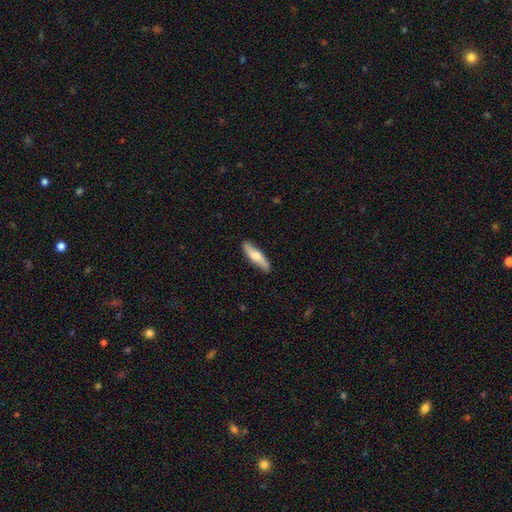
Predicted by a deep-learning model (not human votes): This is possibly a smooth galaxy (57%). How rounded: likely cigar-shaped (73%). Merging: clearly none (87%).